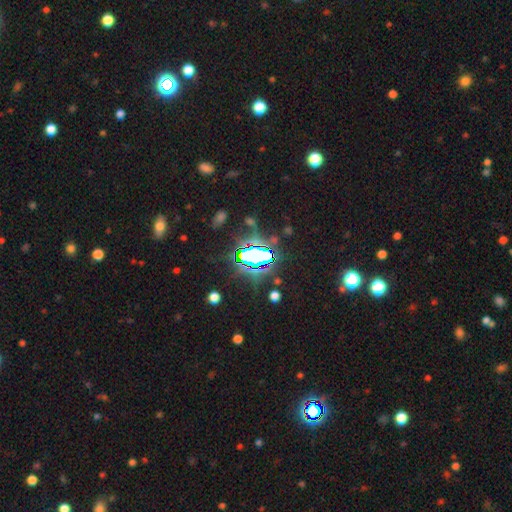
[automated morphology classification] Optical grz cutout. It shows a star or artifact, not a galaxy (72%).